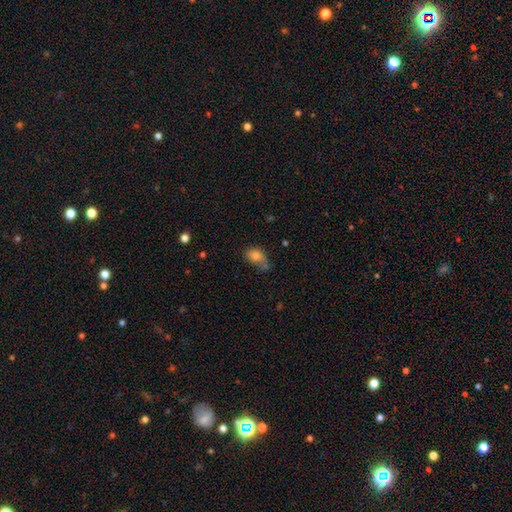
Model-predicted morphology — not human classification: Smooth or featured: smooth — 77% (featured or disk — 12%)
How rounded: in between — 76% (round — 22%)
Merging: none — 38% (minor disturbance — 31%)